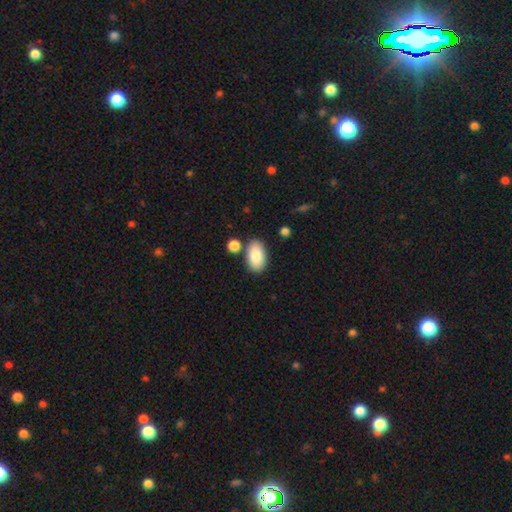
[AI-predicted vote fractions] The model was most divided on "merging": none: 78%, minor disturbance: 11%, merger: 8%, major disturbance: 3%. More confident: how rounded — in between (94%); smooth or featured — smooth (86%).